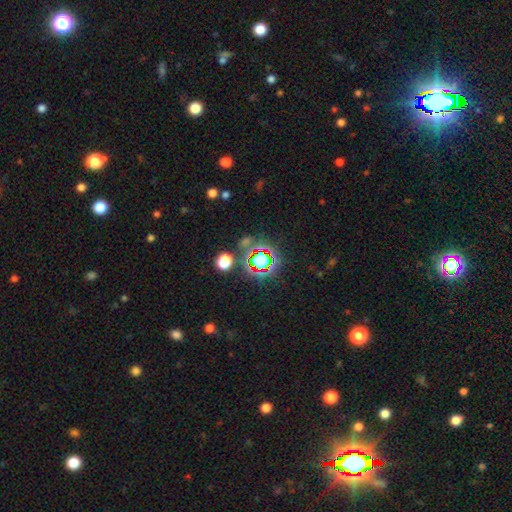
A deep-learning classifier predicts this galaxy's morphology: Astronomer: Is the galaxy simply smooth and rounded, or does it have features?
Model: star or artifact — 78%.